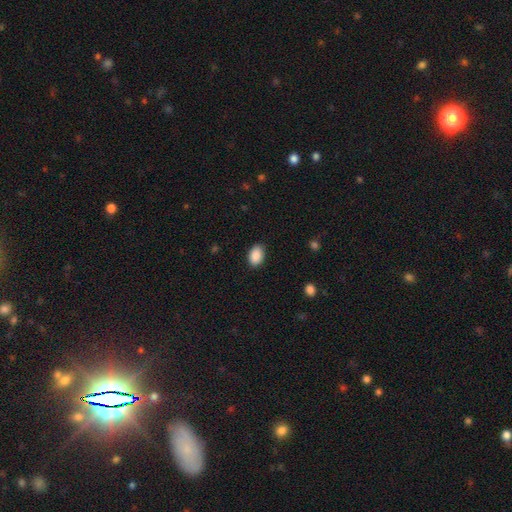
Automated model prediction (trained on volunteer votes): Smooth or featured? smooth (90%)
How rounded? in between (87%)
Merging? none (88%)